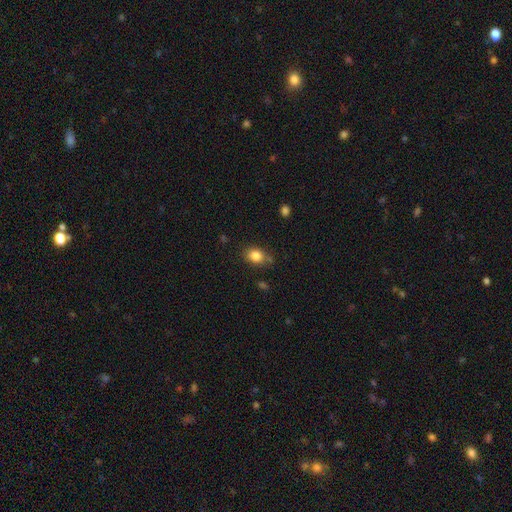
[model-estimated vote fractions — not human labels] A smooth galaxy with no disk features (84%) that is in between round and cigar-shaped (61%). Merging: none (73%).